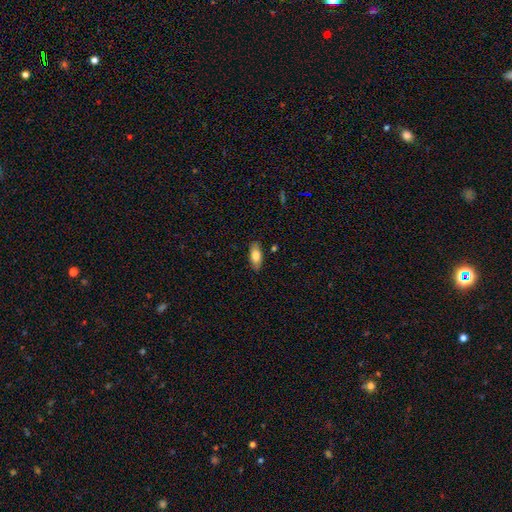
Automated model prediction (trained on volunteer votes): Overall: smooth (78%). How rounded: in between (84%). Merging: none (84%).